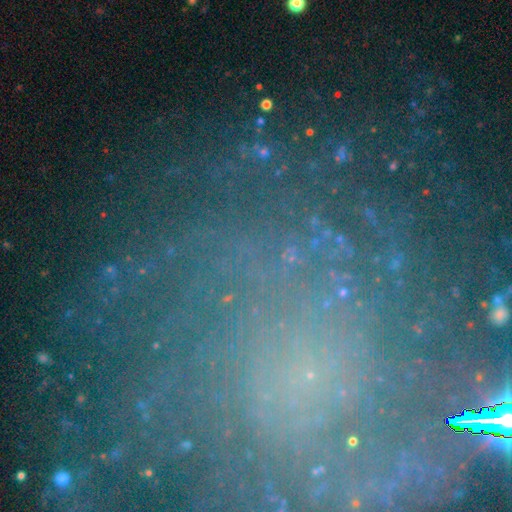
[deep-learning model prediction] featured or disk 52%, star or artifact 32%, smooth 16%. Down the decision tree: edge-on disk — no (94%); merging — none (73%).